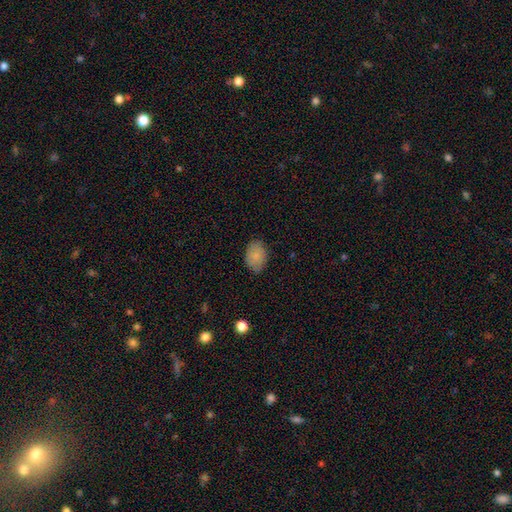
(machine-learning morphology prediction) This is clearly a smooth galaxy (84%). How rounded: clearly in between (81%). Merging: clearly none (80%).